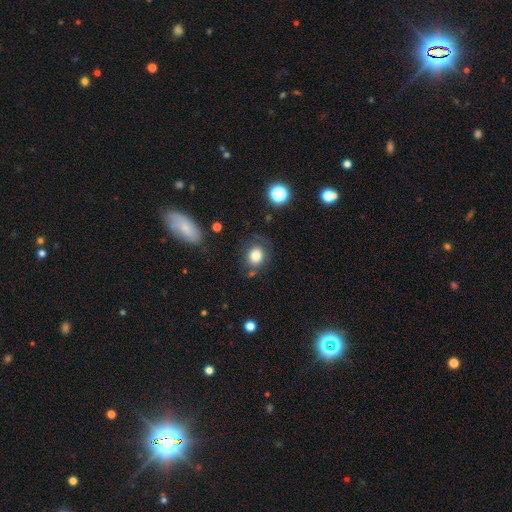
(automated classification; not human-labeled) This is clearly a smooth galaxy (81%). How rounded: likely round (72%). Merging: likely none (75%).